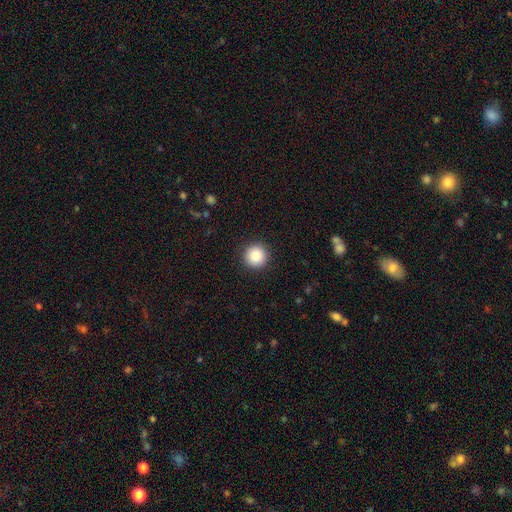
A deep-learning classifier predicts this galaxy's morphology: This is clearly a smooth galaxy (87%). How rounded: clearly round (96%). Merging: clearly none (92%).